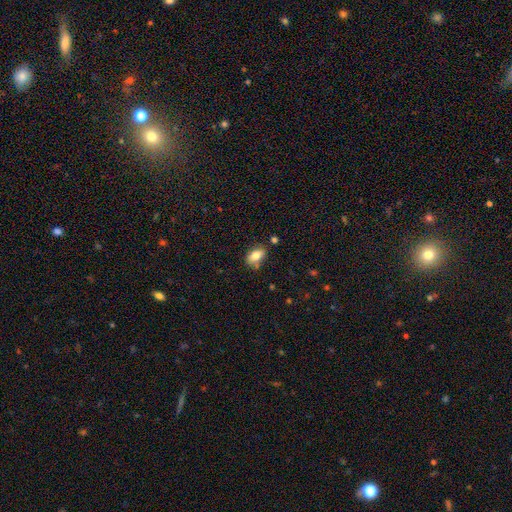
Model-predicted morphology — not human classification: Smooth or featured? smooth (79%)
How rounded? in between (88%)
Merging? none (70%)